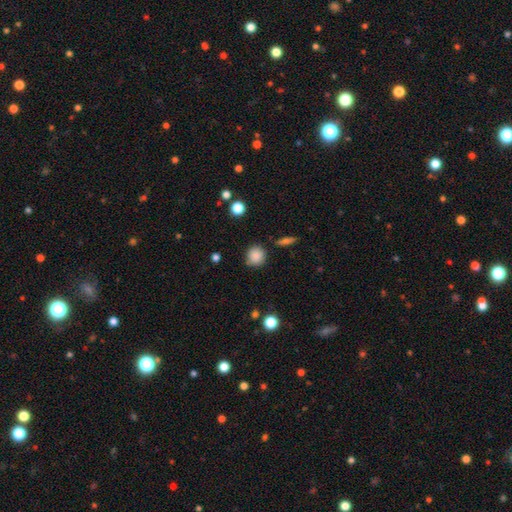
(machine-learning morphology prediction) A smooth galaxy with no disk features (86%) that is round (88%). Merging: none (82%).